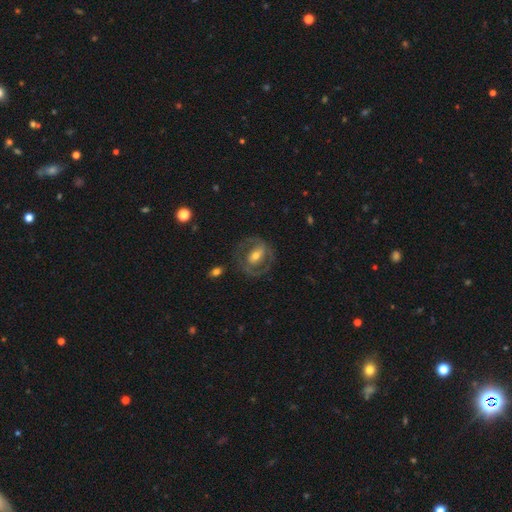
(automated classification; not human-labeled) Smooth or featured? featured or disk (71%)
Edge-on disk? no (95%)
Bar? weak (36%)
Spiral arms? yes (71%)
Bulge size? moderate (60%)
Merging? none (73%)